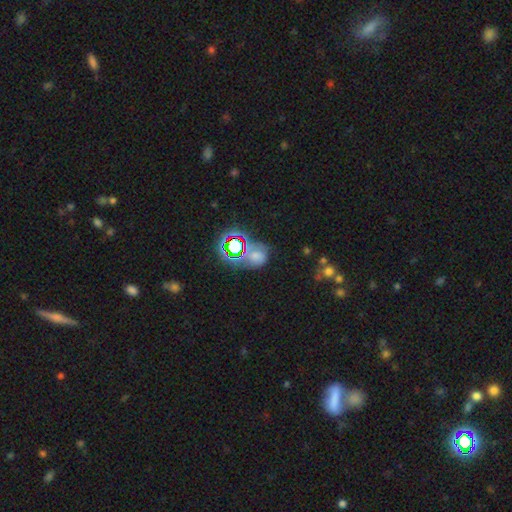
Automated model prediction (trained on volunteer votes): A star or artifact, not a galaxy (43%).